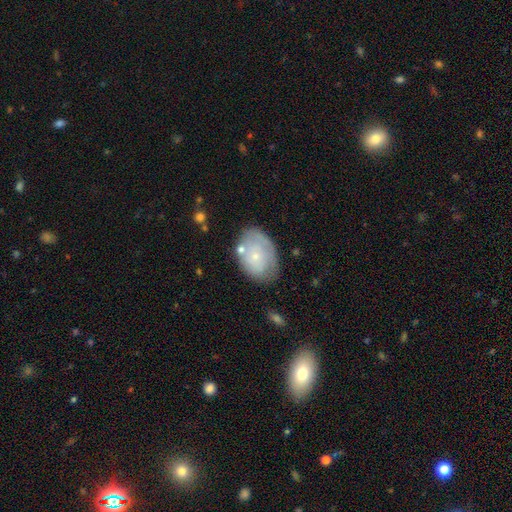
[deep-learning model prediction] A smooth galaxy with no disk features (55%) that is in between round and cigar-shaped (79%). Merging: none (62%).